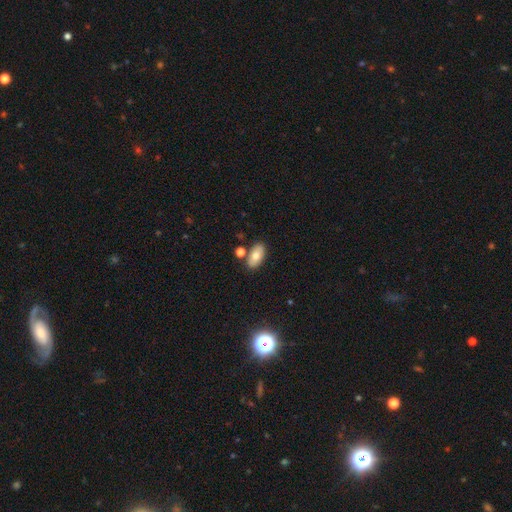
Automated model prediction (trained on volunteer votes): smooth 74%, featured or disk 18%, star or artifact 8%. Down the decision tree: how rounded — in between (92%); merging — none (77%).